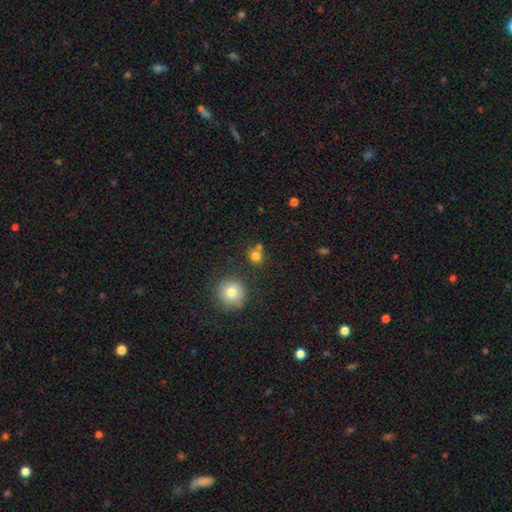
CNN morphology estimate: Q: Smooth or featured?
A: smooth (77%); runner-up: star or artifact (14%)
Q: How rounded?
A: round (85%); runner-up: in between (14%)
Q: Merging?
A: none (63%); runner-up: merger (24%)